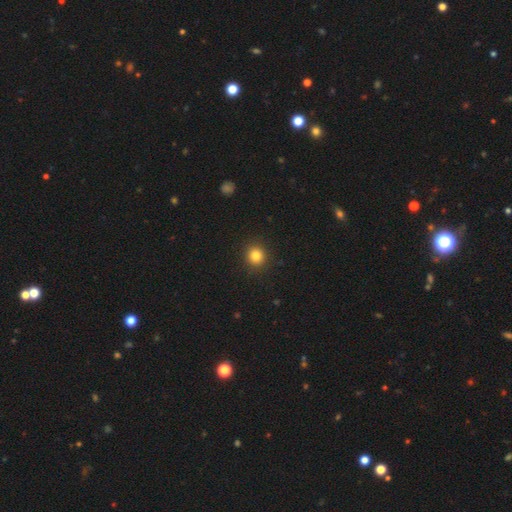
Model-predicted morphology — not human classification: This appears to be a smooth galaxy with no disk features (83%) that is round (89%). Merging: none (91%).